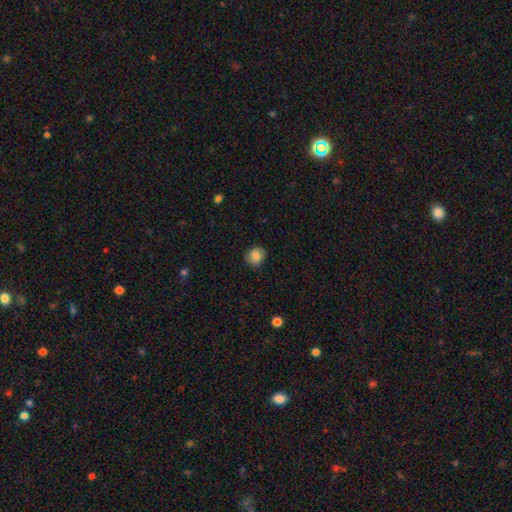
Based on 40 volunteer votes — smooth_or_featured: smooth (p=0.80) [alt: featured or disk p=0.15]
how_rounded: round (p=0.72) [alt: in between p=0.28]
merging: none (p=0.79) [alt: minor disturbance p=0.18]